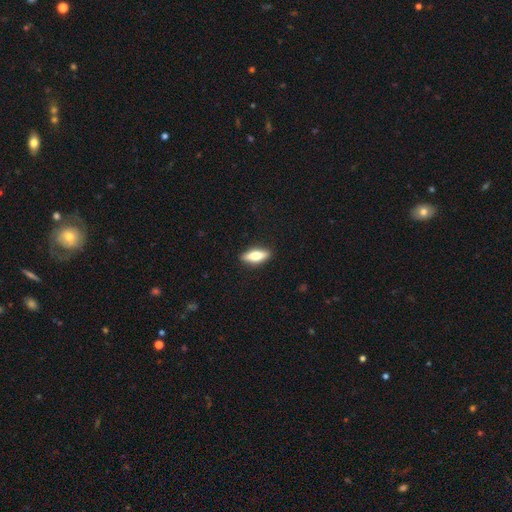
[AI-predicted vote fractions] Overall: smooth (66%; featured or disk 28%). How rounded: in between (61%; cigar-shaped 36%). Merging: none (89%).